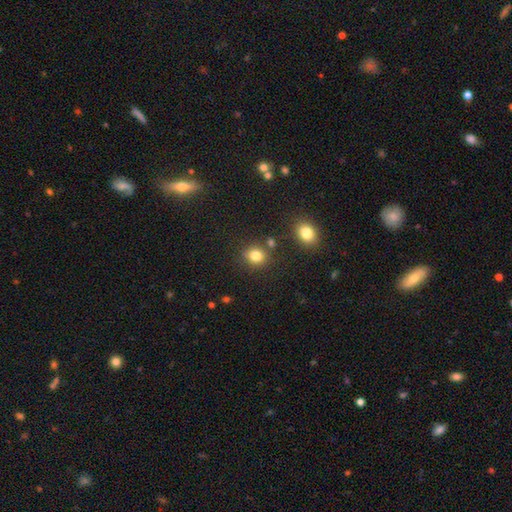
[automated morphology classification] Q: Smooth or featured?
A: smooth (81%); runner-up: star or artifact (13%)
Q: How rounded?
A: round (76%); runner-up: in between (23%)
Q: Merging?
A: none (77%); runner-up: minor disturbance (11%)